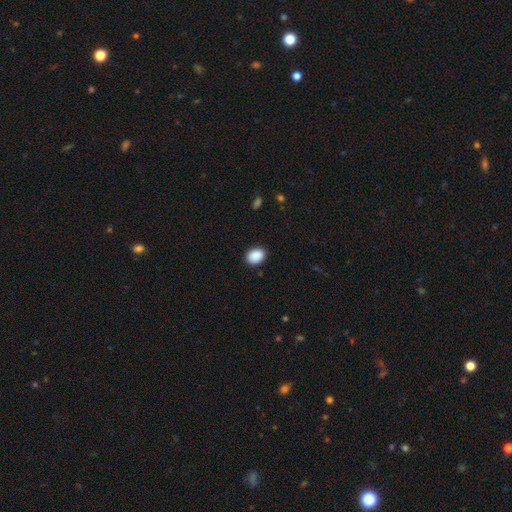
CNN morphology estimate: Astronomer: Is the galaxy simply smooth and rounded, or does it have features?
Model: smooth — 90%.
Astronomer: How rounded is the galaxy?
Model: in between — 70%.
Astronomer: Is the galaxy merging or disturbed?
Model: none — 87%.